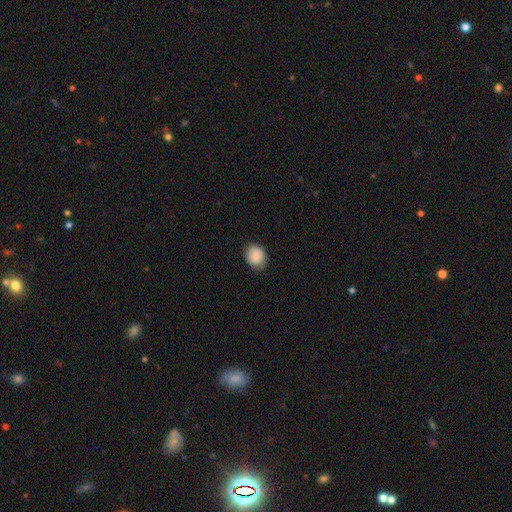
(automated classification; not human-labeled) Morphology: type=smooth (84%); roundness=round (57%); merging=none (81%).